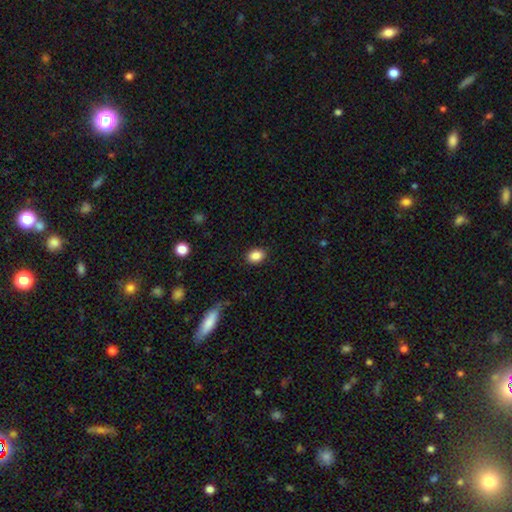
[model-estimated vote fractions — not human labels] Morphology: type=smooth (87%); roundness=in between (64%); merging=none (87%).